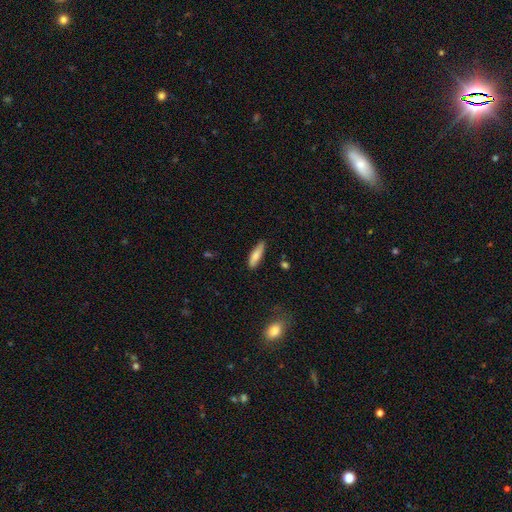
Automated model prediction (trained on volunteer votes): Smooth or featured: smooth — 78% (featured or disk — 16%)
How rounded: cigar-shaped — 64% (in between — 34%)
Merging: none — 82% (minor disturbance — 14%)